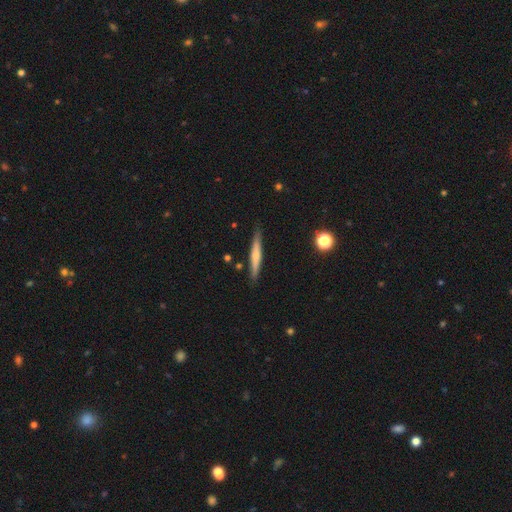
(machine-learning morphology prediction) smooth-or-featured: smooth: 48% | featured or disk: 46% | star or artifact: 6%
  merging: none: 87% | minor disturbance: 10% | merger: 2% | major disturbance: 2%